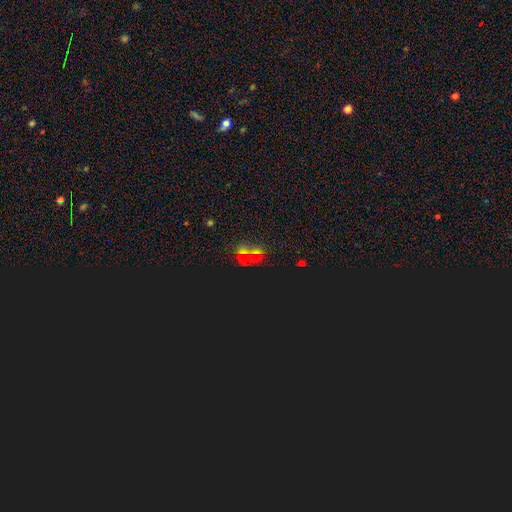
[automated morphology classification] This appears to be a star or artifact, not a galaxy (71%).